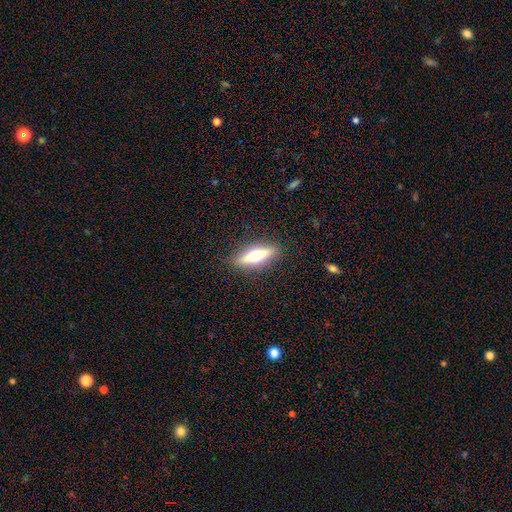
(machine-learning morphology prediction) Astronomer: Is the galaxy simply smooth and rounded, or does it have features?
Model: featured or disk — 50% (runner-up: smooth, 44%).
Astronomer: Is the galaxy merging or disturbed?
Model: none — 89%.